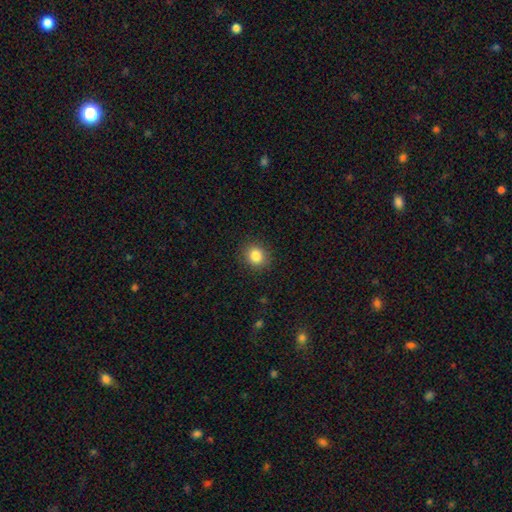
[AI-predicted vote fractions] Overall: smooth (85%). How rounded: round (76%). Merging: none (89%).